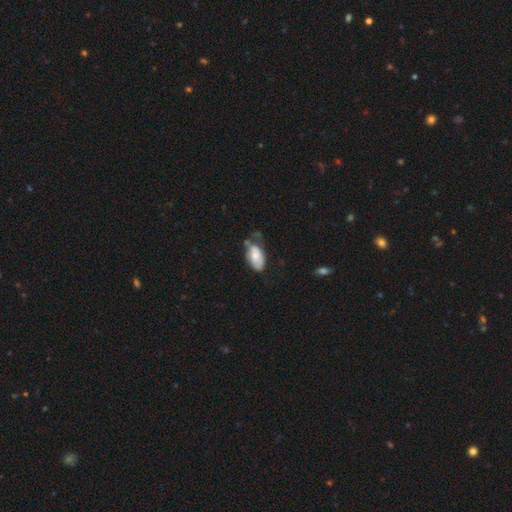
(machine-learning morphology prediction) Smooth or featured?
  - smooth: 75% *
  - featured or disk: 19%
  - star or artifact: 7%
How rounded?
  - in between: 94% *
  - cigar-shaped: 3%
  - round: 3%
Merging?
  - minor disturbance: 38% *
  - none: 34%
  - major disturbance: 18%
  - merger: 10%